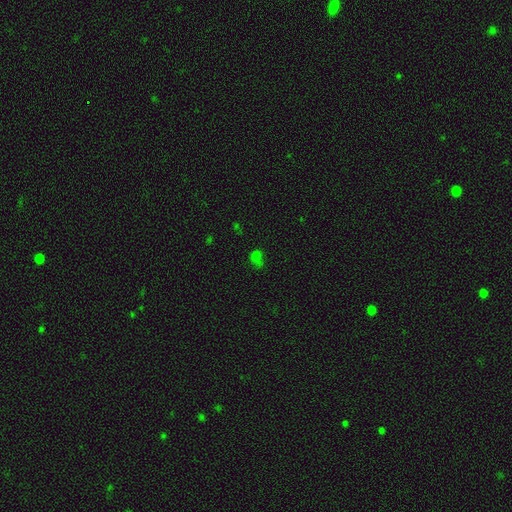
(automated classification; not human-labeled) A smooth galaxy with no disk features (60%) that is round (61%). Merging: none (47%).